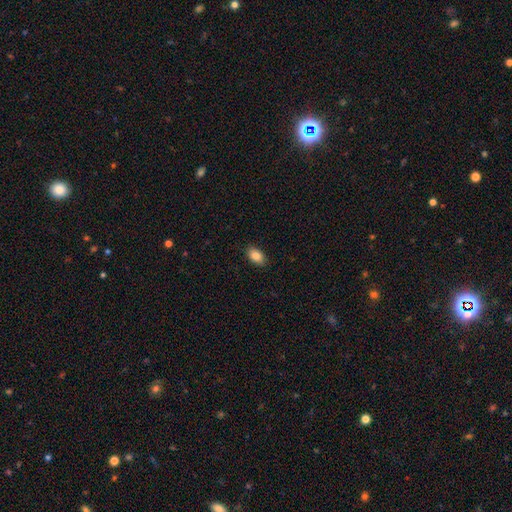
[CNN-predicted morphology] A smooth galaxy with no disk features (86%) that is in between round and cigar-shaped (91%). Merging: none (89%).